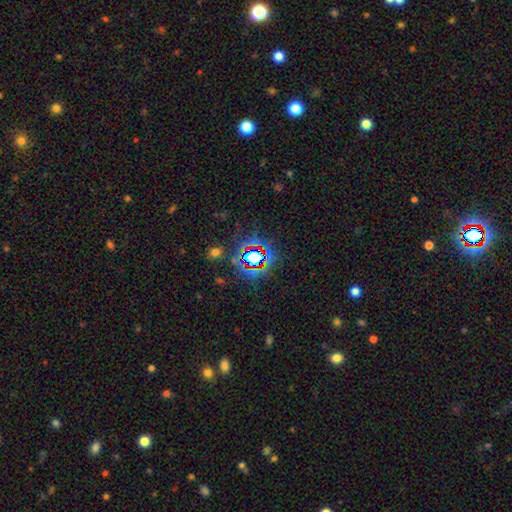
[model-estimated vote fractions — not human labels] A star or artifact, not a galaxy (72%).